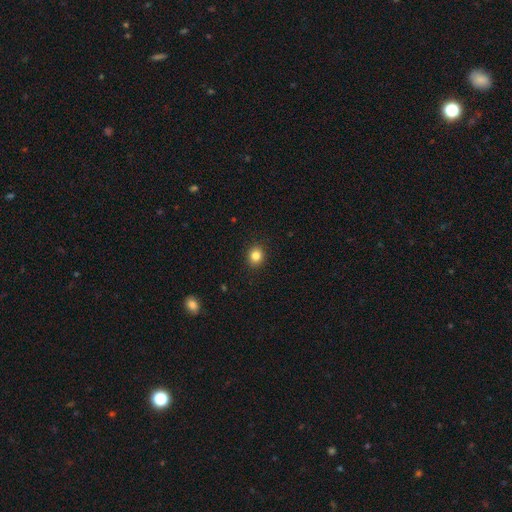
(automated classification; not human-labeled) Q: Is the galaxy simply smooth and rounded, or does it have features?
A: smooth — 83%.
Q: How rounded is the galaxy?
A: round — 73%.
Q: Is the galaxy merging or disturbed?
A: none — 91%.